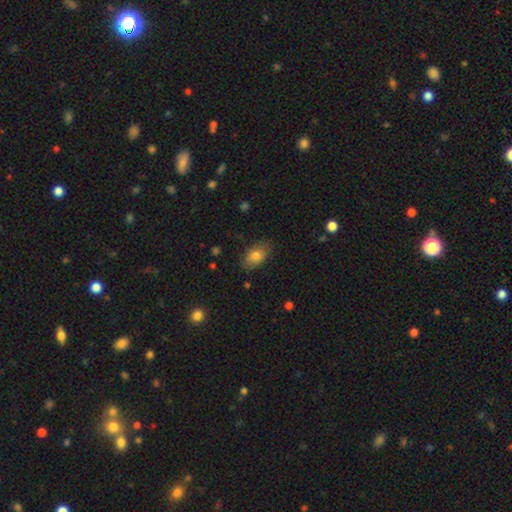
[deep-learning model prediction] smooth 78%, featured or disk 14%, star or artifact 8%. Down the decision tree: how rounded — in between (90%); merging — none (77%).